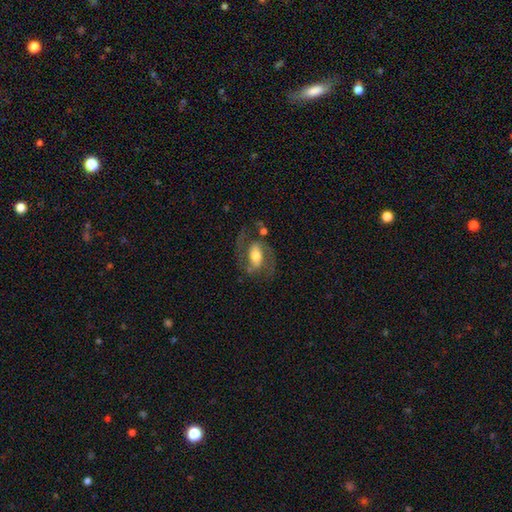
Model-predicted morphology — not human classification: smooth_or_featured: featured or disk (p=0.72) [alt: smooth p=0.22]
disk_edge_on: no (p=0.95) [alt: yes p=0.05]
bar: weak (p=0.38) [alt: strong p=0.32]
has_spiral_arms: yes (p=0.86) [alt: no p=0.14]
spiral_winding: medium (p=0.54) [alt: loose p=0.25]
spiral_arm_count: 2 (p=0.86) [alt: can't tell p=0.05]
bulge_size: moderate (p=0.61) [alt: large p=0.20]
merging: none (p=0.58) [alt: minor disturbance p=0.18]